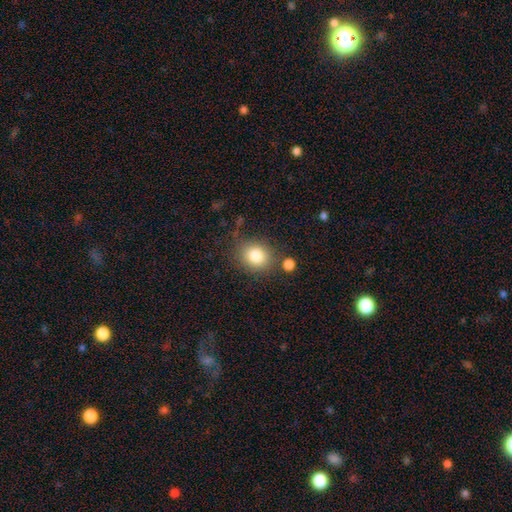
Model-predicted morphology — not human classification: smooth_or_featured: smooth (p=0.82) [alt: star or artifact p=0.11]
how_rounded: round (p=0.75) [alt: in between p=0.24]
merging: none (p=0.76) [alt: minor disturbance p=0.13]